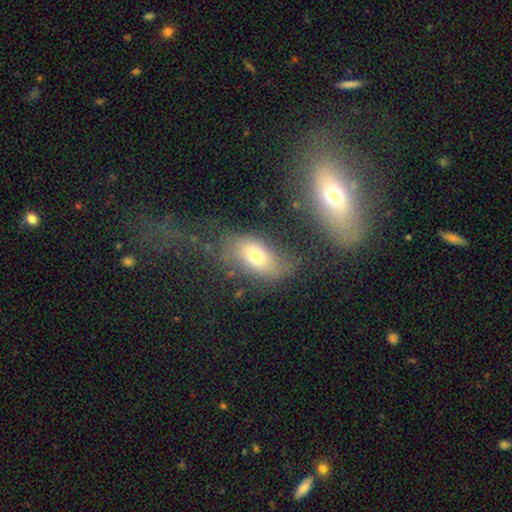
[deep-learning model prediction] This appears to be a smooth galaxy with no disk features (63%) that is in between round and cigar-shaped (84%). Merging: none (51%).